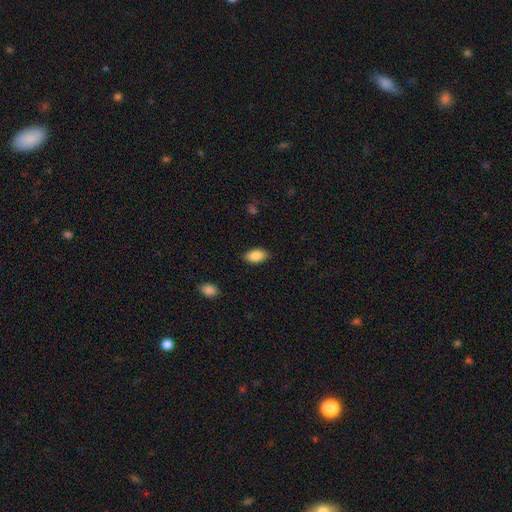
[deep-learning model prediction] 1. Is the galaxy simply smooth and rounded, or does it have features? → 88% smooth, 7% star or artifact, 5% featured or disk.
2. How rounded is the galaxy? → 93% in between, 4% round, 3% cigar-shaped.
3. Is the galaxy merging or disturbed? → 86% none, 11% minor disturbance, 3% major disturbance, 1% merger.